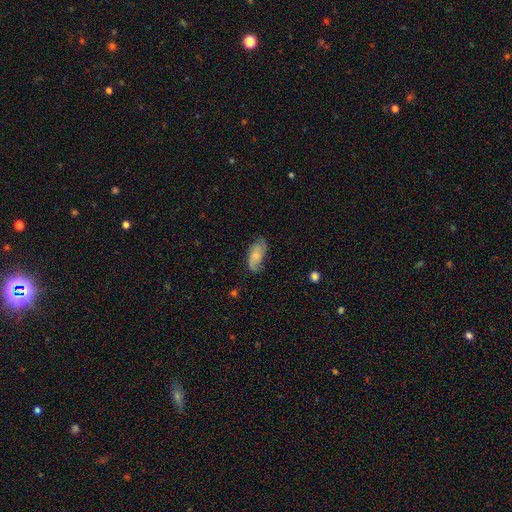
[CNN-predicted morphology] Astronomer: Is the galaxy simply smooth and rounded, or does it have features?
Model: smooth — 59% (runner-up: featured or disk, 34%).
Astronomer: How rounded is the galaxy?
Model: in between — 90%.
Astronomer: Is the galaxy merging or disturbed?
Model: none — 62%.